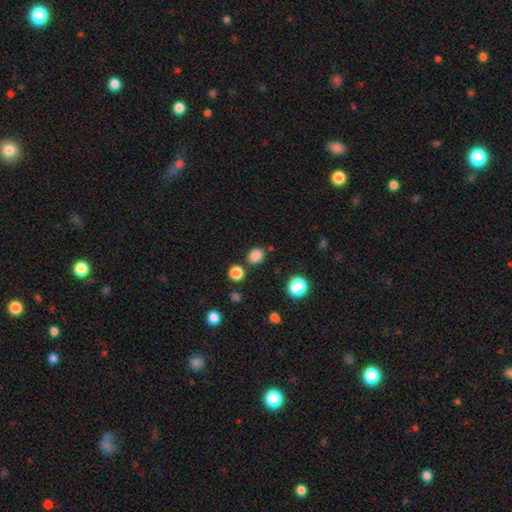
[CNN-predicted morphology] smooth_or_featured: smooth (p=0.84) [alt: star or artifact p=0.13]
how_rounded: round (p=0.52) [alt: in between p=0.47]
merging: none (p=0.80) [alt: minor disturbance p=0.11]